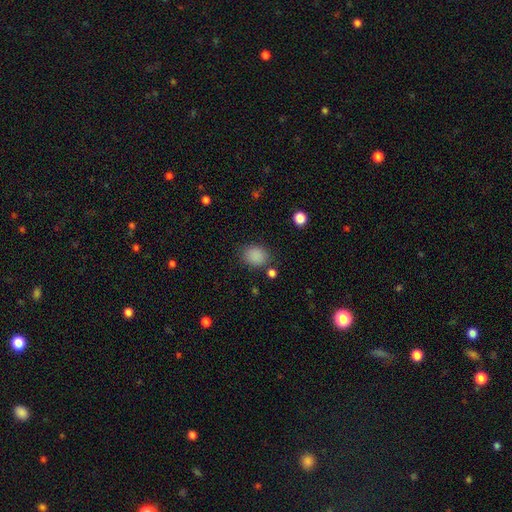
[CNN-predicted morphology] This is clearly a smooth galaxy (86%). How rounded: possibly round (54%). Merging: clearly none (80%).